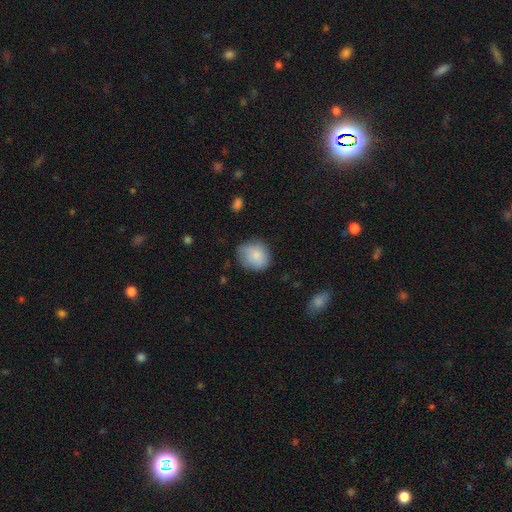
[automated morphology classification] smooth-or-featured: smooth: 82% | featured or disk: 11% | star or artifact: 7%
  how-rounded: round: 68% | in between: 31% | cigar-shaped: 1%
  merging: none: 66% | minor disturbance: 26% | major disturbance: 6% | merger: 2%